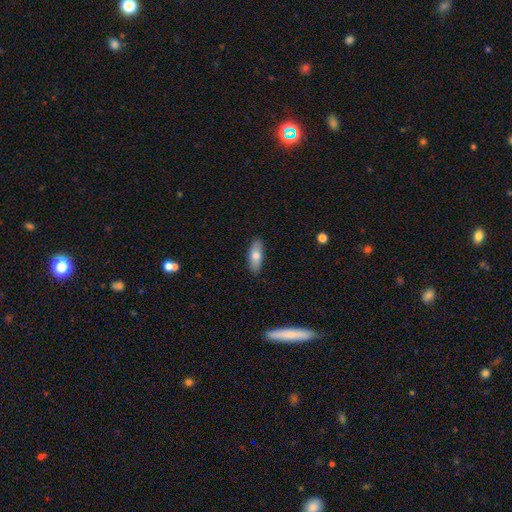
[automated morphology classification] smooth 75%, featured or disk 19%, star or artifact 6%. Down the decision tree: how rounded — in between (72%); merging — none (87%).